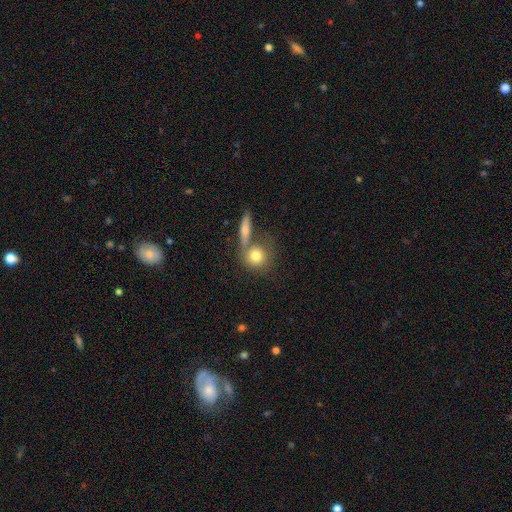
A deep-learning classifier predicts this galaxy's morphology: Smooth or featured? Predicted: smooth (p=0.77). How rounded? Predicted: round (p=0.81). Merging? Predicted: none (p=0.52).